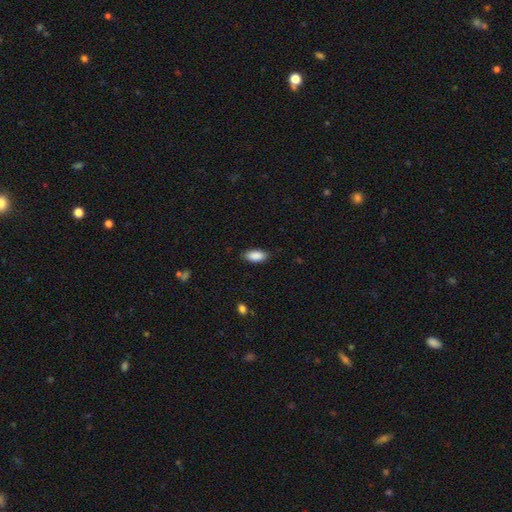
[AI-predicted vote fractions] A smooth galaxy with no disk features (90%) that is in between round and cigar-shaped (91%). Merging: none (85%).